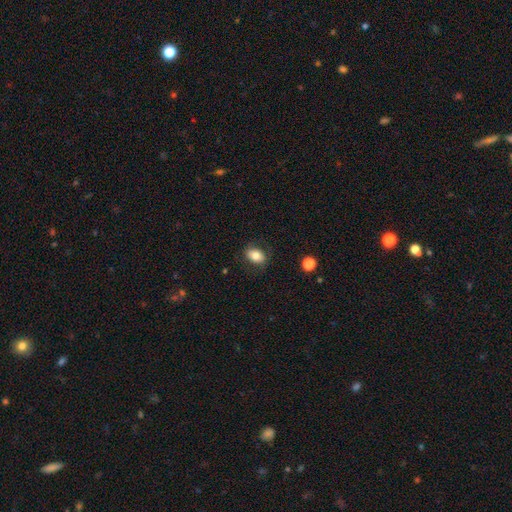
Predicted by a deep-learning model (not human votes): This appears to be a smooth galaxy with no disk features (79%) that is in between round and cigar-shaped (81%). Merging: none (82%).